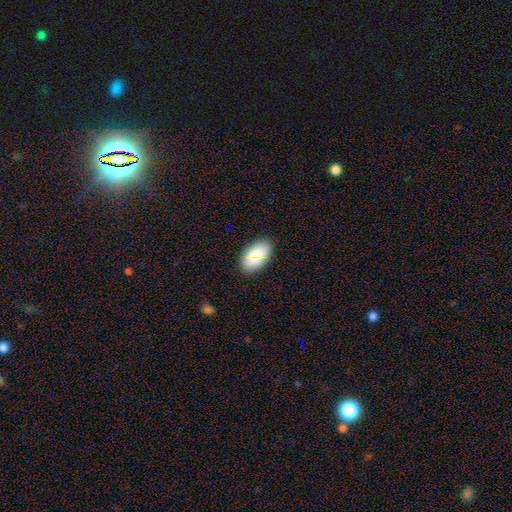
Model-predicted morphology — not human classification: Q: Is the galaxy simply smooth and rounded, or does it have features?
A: smooth — 80%.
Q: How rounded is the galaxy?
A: in between — 93%.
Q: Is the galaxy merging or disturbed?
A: none — 86%.